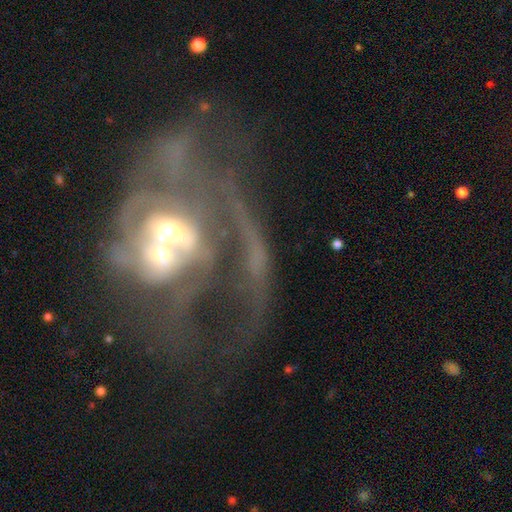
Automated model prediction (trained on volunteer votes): Smooth or featured? featured or disk (74%)
Edge-on disk? no (95%)
Bar? no (70%)
Spiral arms? yes (58%)
Bulge size? moderate (60%)
Merging? merger (70%)